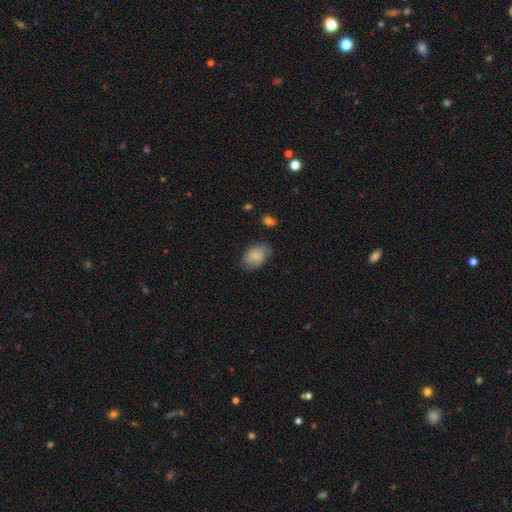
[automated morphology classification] smooth-or-featured: smooth: 84% | featured or disk: 9% | star or artifact: 7%
  how-rounded: in between: 82% | round: 17% | cigar-shaped: 1%
  merging: none: 70% | minor disturbance: 23% | major disturbance: 5% | merger: 2%